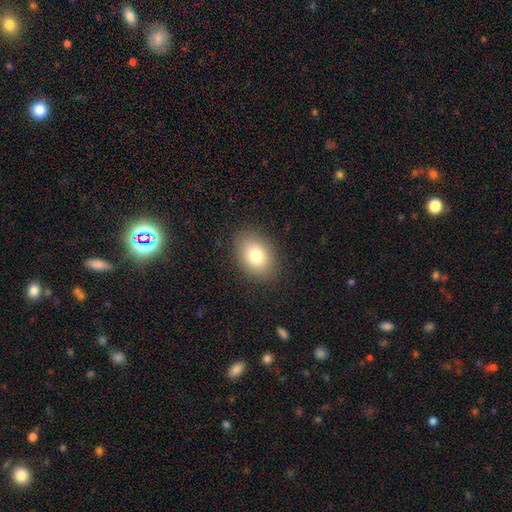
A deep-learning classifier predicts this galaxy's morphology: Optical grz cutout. It shows a smooth galaxy with no disk features (79%) that is in between round and cigar-shaped (73%). Merging: none (87%).